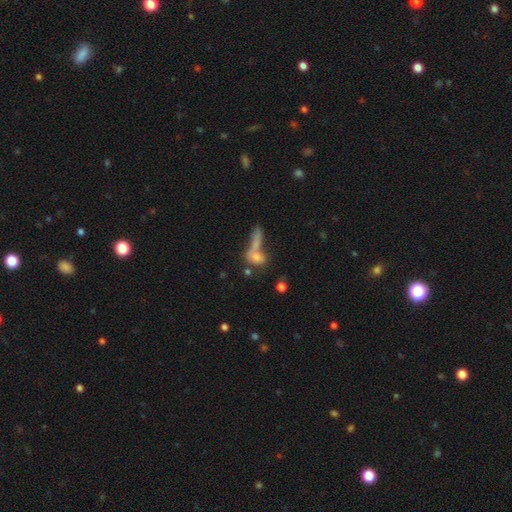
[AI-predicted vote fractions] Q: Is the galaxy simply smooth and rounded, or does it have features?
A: smooth — 53%.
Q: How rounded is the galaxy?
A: in between — 47%.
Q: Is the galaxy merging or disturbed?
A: merger — 47%.